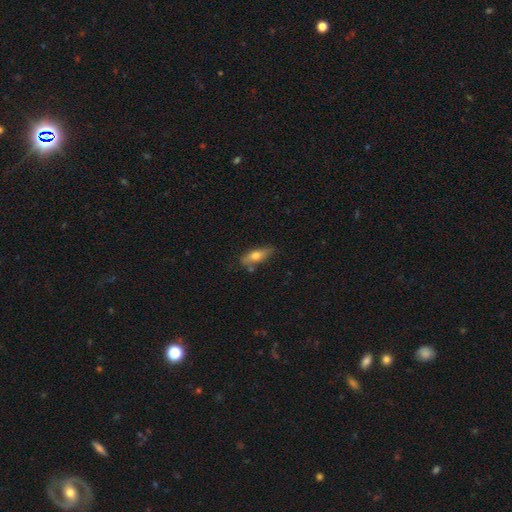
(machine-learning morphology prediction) The model was most divided on "how rounded": in between: 55%, cigar-shaped: 42%, round: 3%. More confident: merging — none (70%); smooth or featured — smooth (65%).